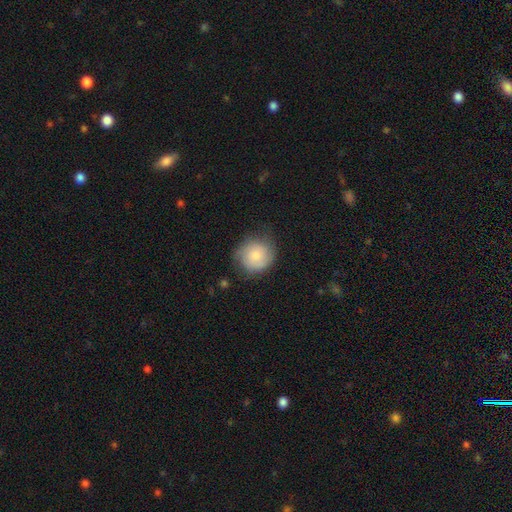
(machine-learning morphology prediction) smooth_or_featured: smooth (p=0.76) [alt: featured or disk p=0.17]
how_rounded: round (p=0.88) [alt: in between p=0.11]
merging: none (p=0.69) [alt: minor disturbance p=0.23]